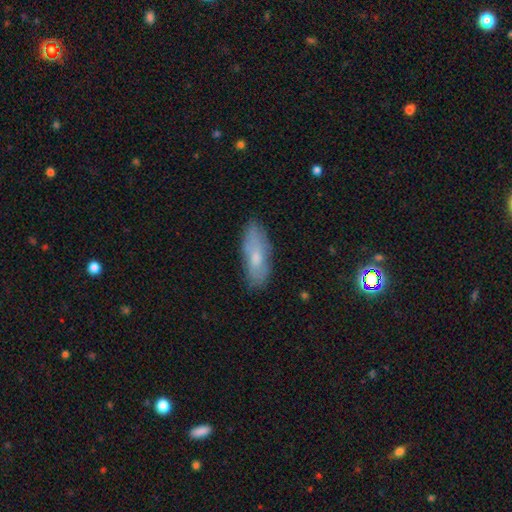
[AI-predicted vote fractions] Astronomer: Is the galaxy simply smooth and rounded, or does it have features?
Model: smooth — 64%.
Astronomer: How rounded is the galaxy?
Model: in between — 69%.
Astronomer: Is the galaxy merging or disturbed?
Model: none — 74%.